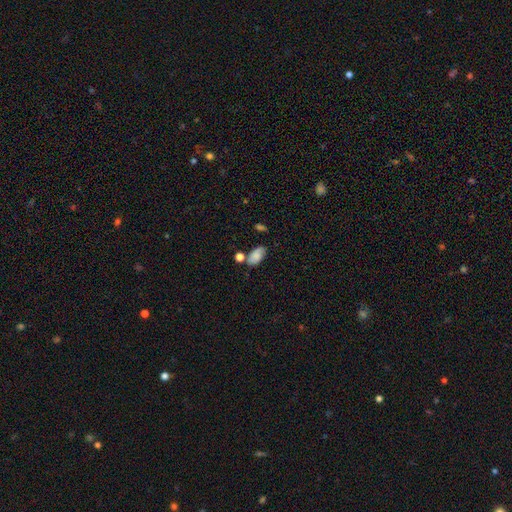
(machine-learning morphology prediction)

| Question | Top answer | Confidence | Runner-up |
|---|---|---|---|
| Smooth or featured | smooth | 76% | featured or disk (14%) |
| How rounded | in between | 92% | round (5%) |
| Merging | none | 61% | minor disturbance (20%) |